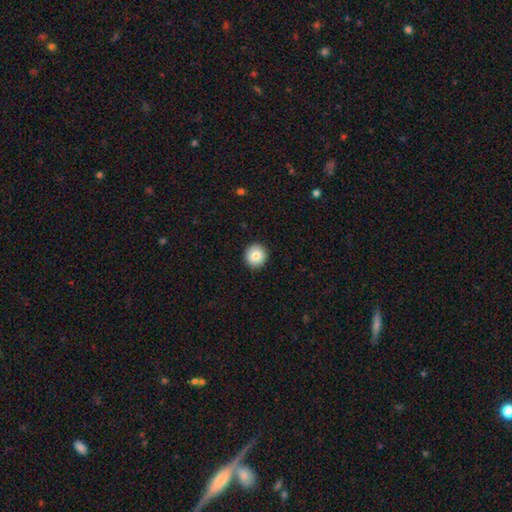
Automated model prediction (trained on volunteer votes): Overall: smooth (86%). How rounded: round (93%). Merging: none (93%).